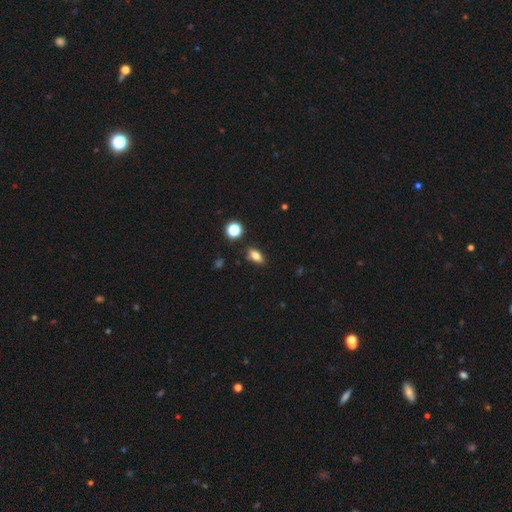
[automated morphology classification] type=smooth (72%); roundness=in between (76%); merging=none (83%).